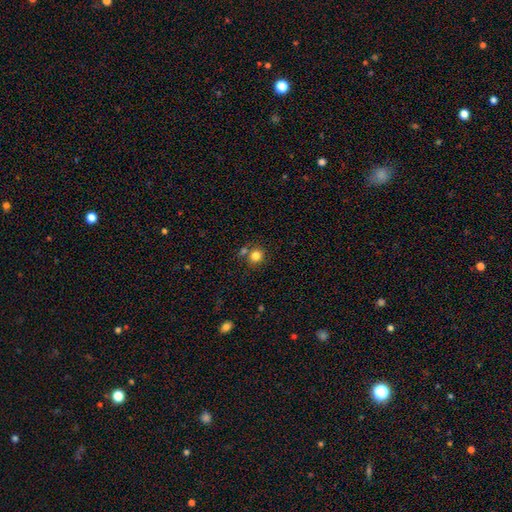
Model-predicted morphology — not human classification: A smooth galaxy with no disk features (82%) that is round (84%). Merging: none (69%).